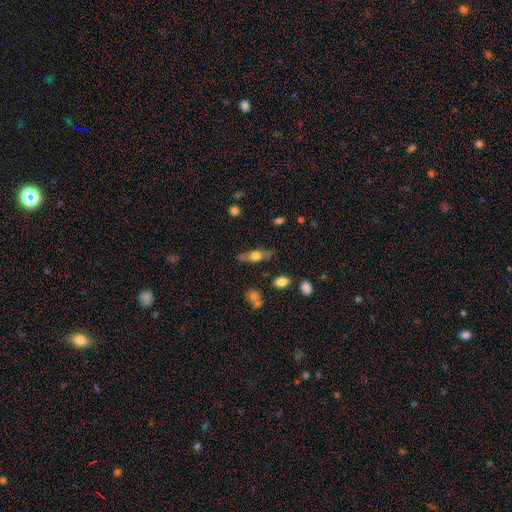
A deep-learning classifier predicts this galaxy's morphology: smooth-or-featured: smooth: 50% | featured or disk: 42% | star or artifact: 7%
  how-rounded: in between: 54% | cigar-shaped: 41% | round: 5%
  merging: none: 79% | minor disturbance: 14% | major disturbance: 4% | merger: 3%